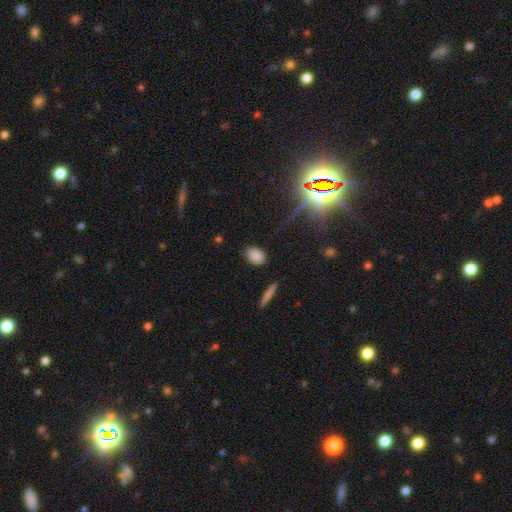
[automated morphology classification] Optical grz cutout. It shows a smooth galaxy with no disk features (85%) that is in between round and cigar-shaped (81%). Merging: none (84%).